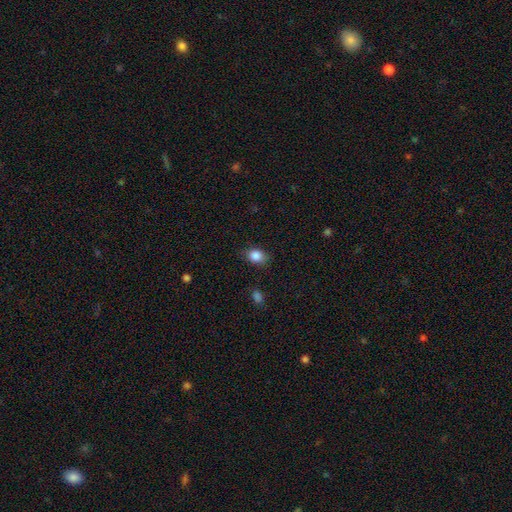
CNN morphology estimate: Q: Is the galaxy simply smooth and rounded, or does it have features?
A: smooth — 86%.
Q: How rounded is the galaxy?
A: in between — 63%.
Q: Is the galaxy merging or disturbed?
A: none — 82%.